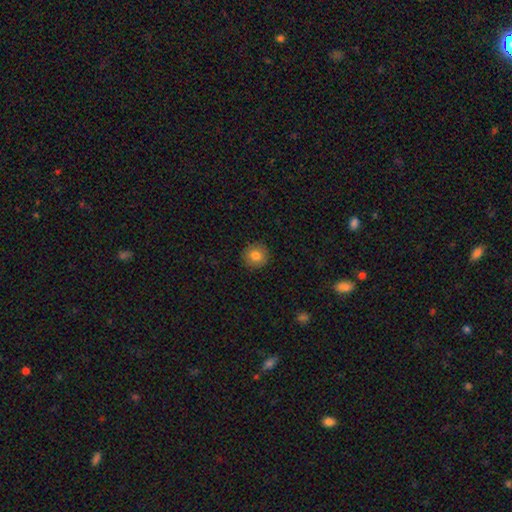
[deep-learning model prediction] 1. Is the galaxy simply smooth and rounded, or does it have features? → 81% smooth, 10% star or artifact, 9% featured or disk.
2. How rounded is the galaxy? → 93% round, 6% in between, 1% cigar-shaped.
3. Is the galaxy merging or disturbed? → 91% none, 6% minor disturbance, 2% major disturbance, 1% merger.